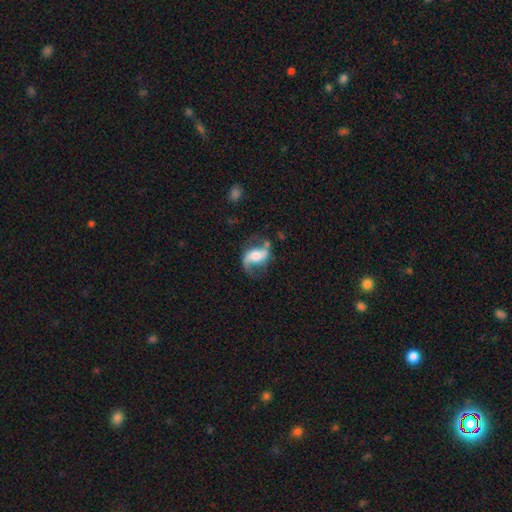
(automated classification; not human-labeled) The model was most divided on "bar": no: 39%, weak: 34%, strong: 28%. More confident: edge-on disk — no (96%); spiral arms — yes (93%); spiral arm count — 2 (84%); smooth or featured — featured or disk (80%); spiral winding — loose (63%); merging — none (61%); bulge size — moderate (55%).